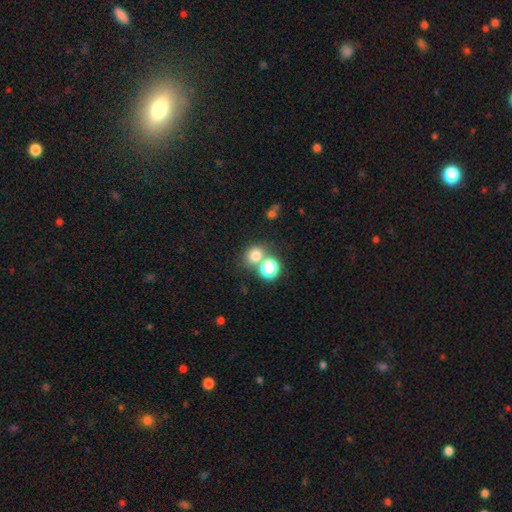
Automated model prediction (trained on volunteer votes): smooth 74%, star or artifact 18%, featured or disk 8%. Down the decision tree: how rounded — round (72%); merging — none (61%).